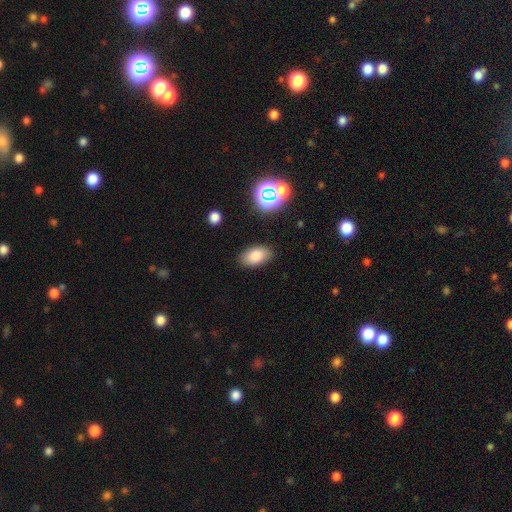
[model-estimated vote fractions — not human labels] This appears to be a smooth galaxy with no disk features (79%) that is in between round and cigar-shaped (92%). Merging: none (85%).